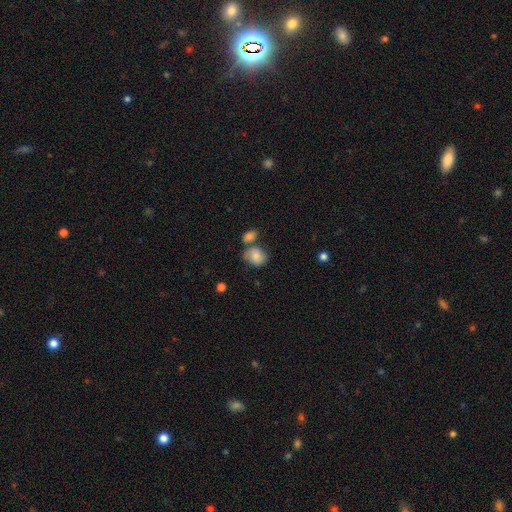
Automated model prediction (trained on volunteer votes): Smooth or featured? Predicted: smooth (p=0.77). How rounded? Predicted: round (p=0.52). Merging? Predicted: none (p=0.47).